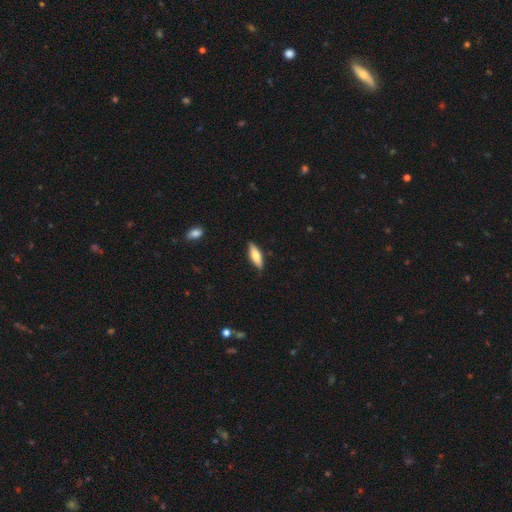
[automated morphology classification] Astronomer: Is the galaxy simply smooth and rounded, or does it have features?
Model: smooth — 68%.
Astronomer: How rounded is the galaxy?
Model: in between — 51% (runner-up: cigar-shaped, 47%).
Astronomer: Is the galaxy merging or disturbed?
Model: none — 87%.